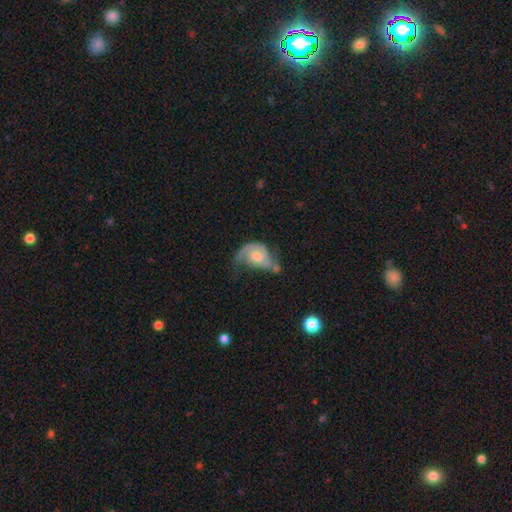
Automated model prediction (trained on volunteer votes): Q: Smooth or featured?
A: featured or disk (78%); runner-up: smooth (16%)
Q: Edge-on disk?
A: no (97%); runner-up: yes (3%)
Q: Bar?
A: no (67%); runner-up: weak (28%)
Q: Spiral arms?
A: yes (91%); runner-up: no (9%)
Q: Spiral winding?
A: medium (42%); runner-up: tight (35%)
Q: Spiral arm count?
A: 2 (53%); runner-up: 1 (34%)
Q: Bulge size?
A: moderate (58%); runner-up: small (25%)
Q: Merging?
A: none (33%); runner-up: major disturbance (29%)